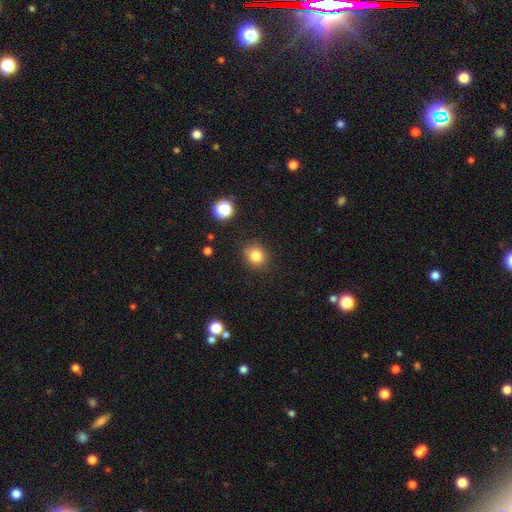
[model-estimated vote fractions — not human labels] Smooth or featured? smooth (82%)
How rounded? round (76%)
Merging? none (86%)